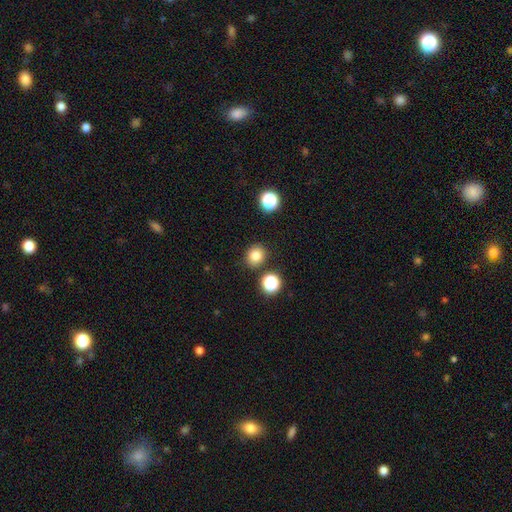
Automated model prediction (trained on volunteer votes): A smooth galaxy with no disk features (80%) that is round (78%). Merging: none (86%).